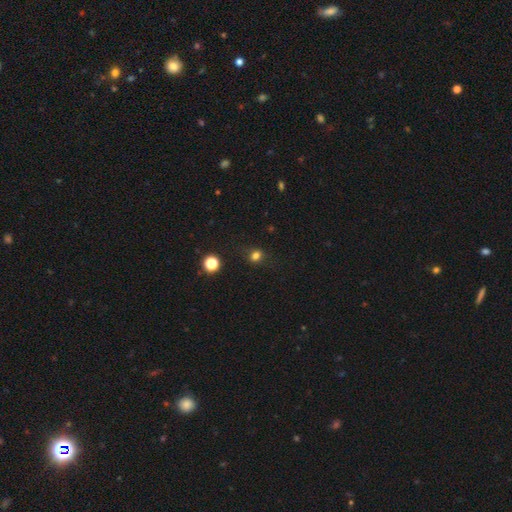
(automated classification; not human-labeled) The model was most divided on "how rounded": round: 70%, in between: 29%, cigar-shaped: 1%. More confident: merging — none (79%); smooth or featured — smooth (77%).